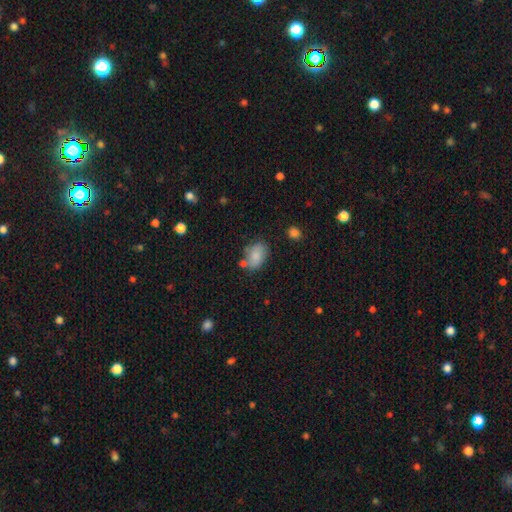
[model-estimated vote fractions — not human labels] This appears to be a smooth galaxy with no disk features (81%) that is in between round and cigar-shaped (80%). Merging: none (61%).